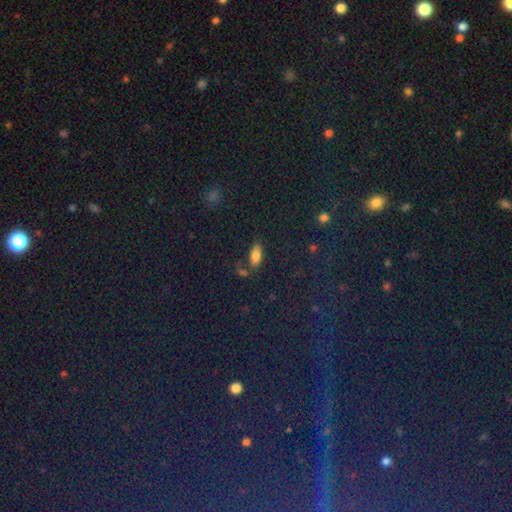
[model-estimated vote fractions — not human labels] A smooth galaxy with no disk features (82%) that is in between round and cigar-shaped (88%).

Vote fractions:
- Smooth or featured? smooth: 82% / star or artifact: 12% / featured or disk: 6%
- How rounded? in between: 88% / cigar-shaped: 9% / round: 3%
- Merging? none: 67% / minor disturbance: 16% / merger: 12% / major disturbance: 5%